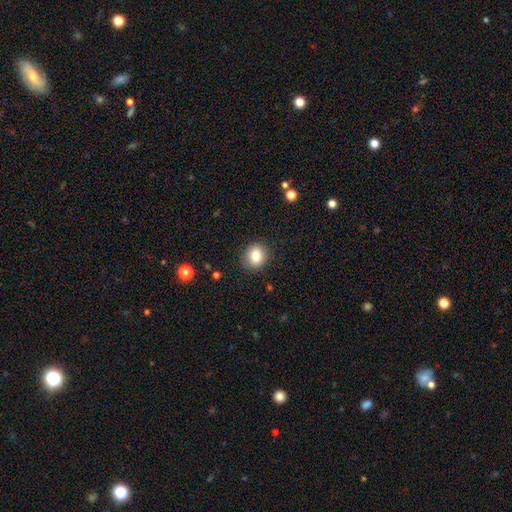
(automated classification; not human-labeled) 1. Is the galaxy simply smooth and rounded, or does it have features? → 83% smooth, 10% star or artifact, 7% featured or disk.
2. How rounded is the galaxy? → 66% round, 33% in between, 1% cigar-shaped.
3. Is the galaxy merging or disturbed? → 88% none, 9% minor disturbance, 3% major disturbance, 1% merger.